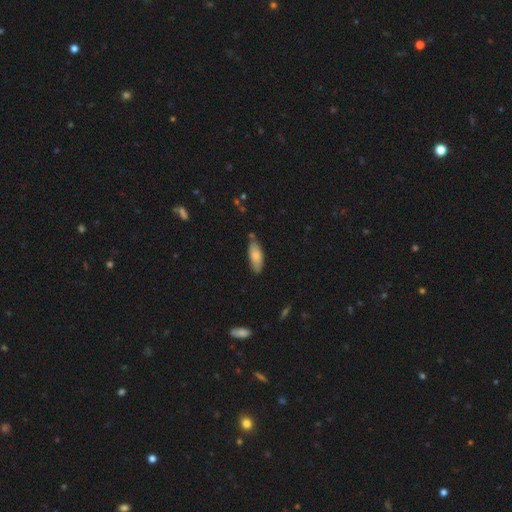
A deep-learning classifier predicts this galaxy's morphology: smooth_or_featured: smooth (p=0.79) [alt: featured or disk p=0.15]
how_rounded: in between (p=0.76) [alt: cigar-shaped p=0.22]
merging: none (p=0.74) [alt: minor disturbance p=0.19]